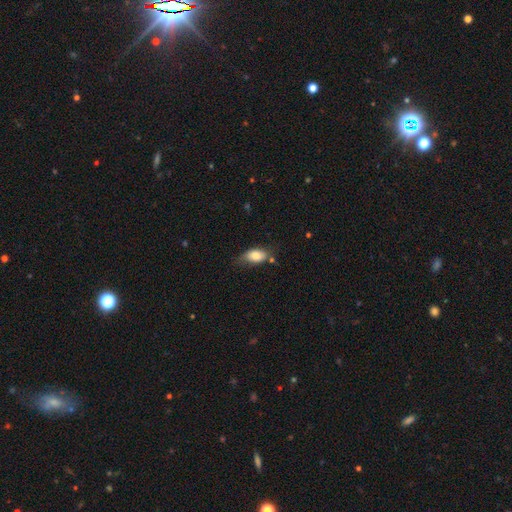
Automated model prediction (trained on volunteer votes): This is likely a smooth galaxy (79%). How rounded: clearly in between (89%). Merging: possibly none (53%).